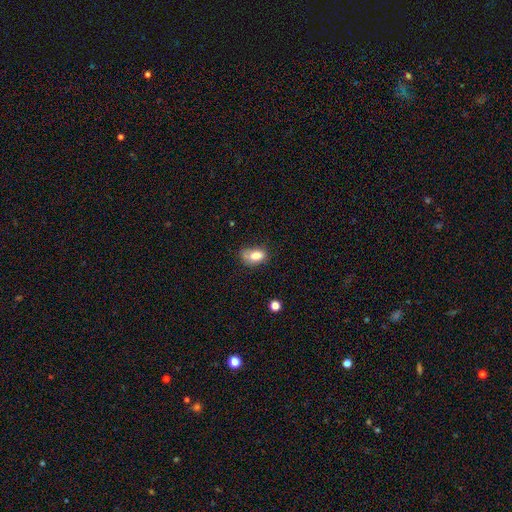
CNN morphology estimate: This appears to be a smooth galaxy with no disk features (79%) that is in between round and cigar-shaped (87%). Merging: none (43%).